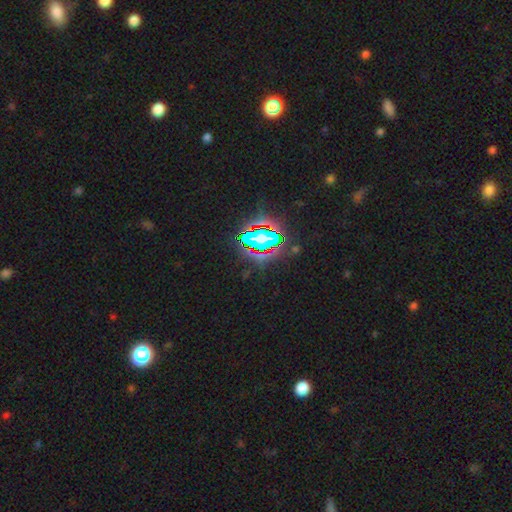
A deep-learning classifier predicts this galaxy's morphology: A star or artifact, not a galaxy (79%).